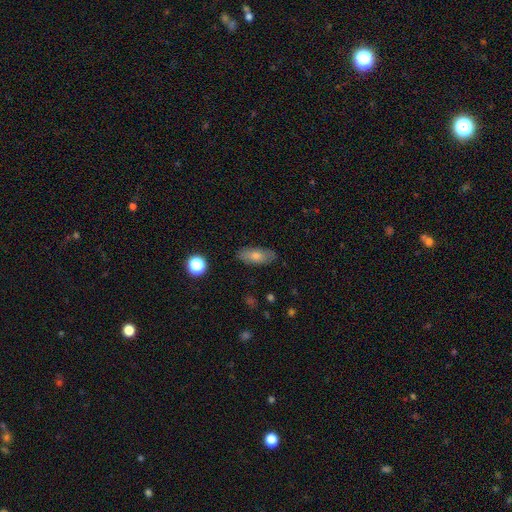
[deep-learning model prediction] A smooth galaxy with no disk features (66%) that is in between round and cigar-shaped (77%).

Vote fractions:
- Smooth or featured? smooth: 66% / featured or disk: 24% / star or artifact: 10%
- How rounded? in between: 77% / cigar-shaped: 18% / round: 5%
- Merging? none: 86% / minor disturbance: 10% / major disturbance: 2% / merger: 1%